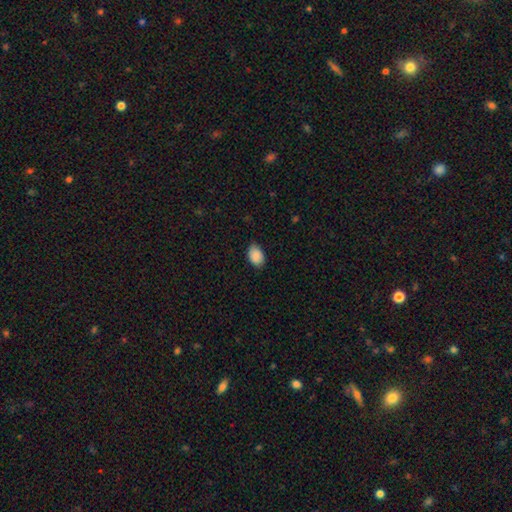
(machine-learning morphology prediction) This is clearly a smooth galaxy (90%). How rounded: clearly in between (84%). Merging: likely none (76%).